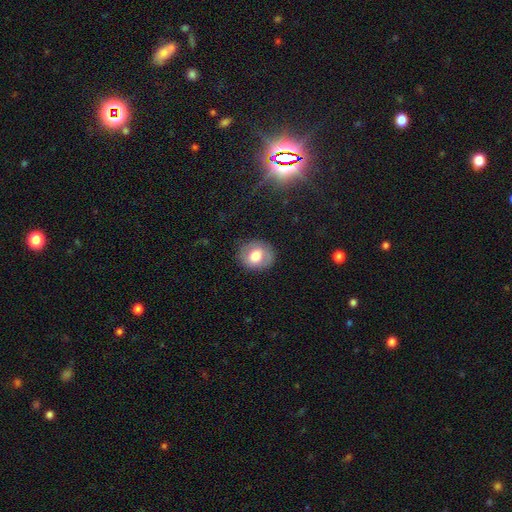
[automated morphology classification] type=smooth (71%); roundness=round (74%); merging=none (85%).